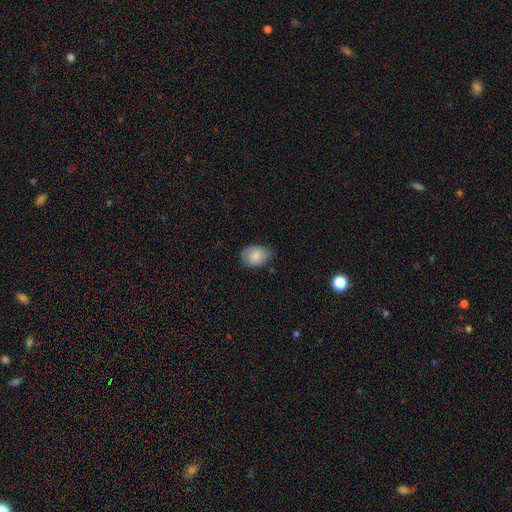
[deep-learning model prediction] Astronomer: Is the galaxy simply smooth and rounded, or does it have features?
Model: smooth — 86%.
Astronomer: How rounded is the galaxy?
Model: in between — 72%.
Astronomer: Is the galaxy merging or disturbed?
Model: none — 69%.